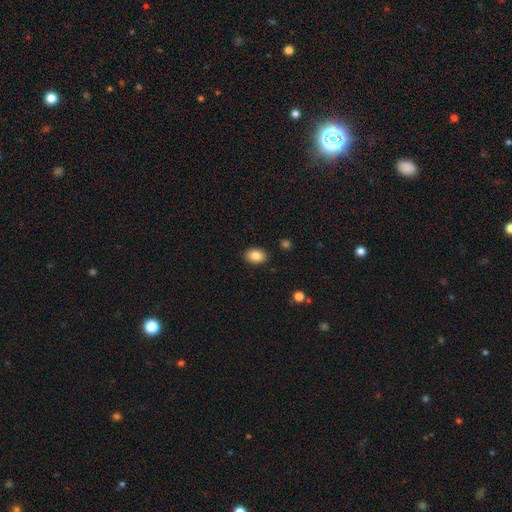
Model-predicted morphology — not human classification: Smooth or featured?
  - smooth: 86% *
  - star or artifact: 8%
  - featured or disk: 6%
How rounded?
  - in between: 82% *
  - round: 17%
  - cigar-shaped: 1%
Merging?
  - none: 88% *
  - minor disturbance: 8%
  - major disturbance: 2%
  - merger: 1%